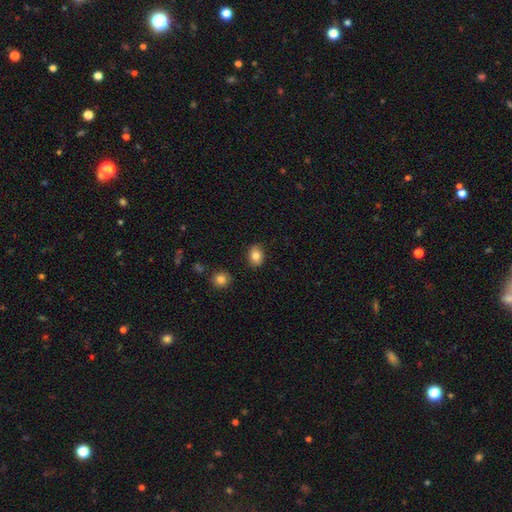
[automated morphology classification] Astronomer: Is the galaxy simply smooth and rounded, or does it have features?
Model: smooth — 84%.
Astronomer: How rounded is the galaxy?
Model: in between — 66%.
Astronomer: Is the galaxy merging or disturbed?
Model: none — 87%.